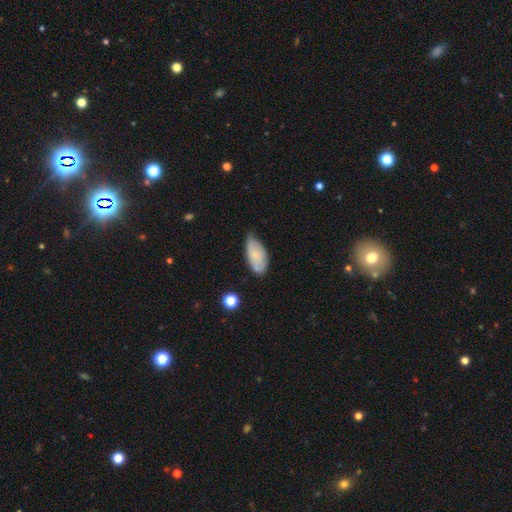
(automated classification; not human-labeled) This appears to be a smooth galaxy with no disk features (72%) that is in between round and cigar-shaped (91%). Merging: none (54%).